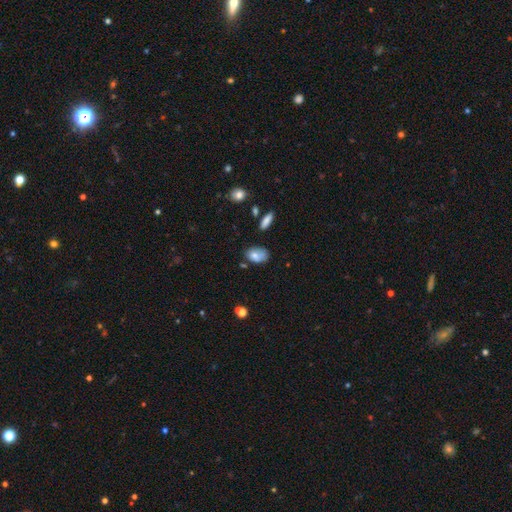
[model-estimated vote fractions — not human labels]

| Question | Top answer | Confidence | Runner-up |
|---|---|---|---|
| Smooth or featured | smooth | 74% | featured or disk (17%) |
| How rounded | in between | 86% | round (13%) |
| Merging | none | 55% | minor disturbance (31%) |